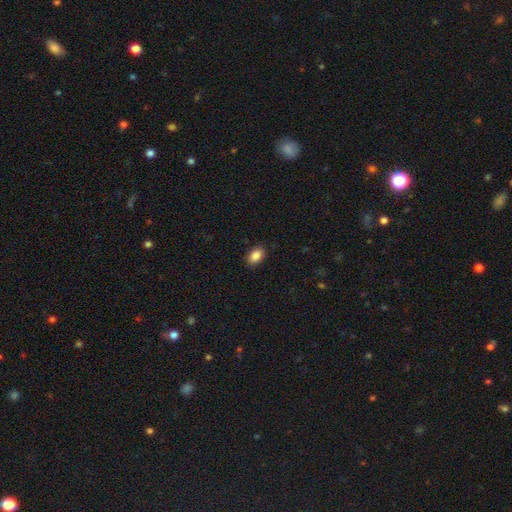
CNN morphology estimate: Overall: smooth (86%). How rounded: in between (87%). Merging: none (89%).